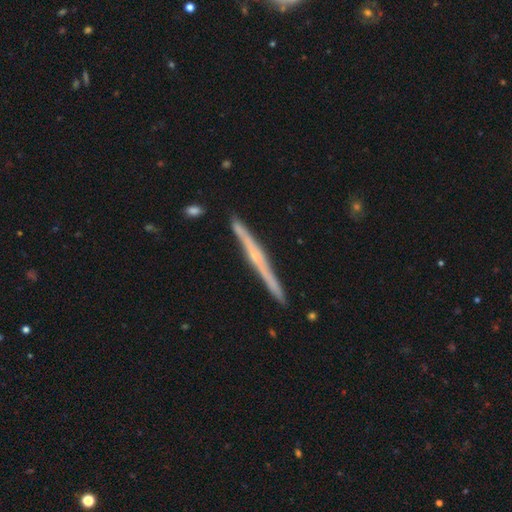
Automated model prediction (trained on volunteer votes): smooth-or-featured: featured or disk: 76% | smooth: 19% | star or artifact: 5%
  disk-edge-on: yes: 98% | no: 2%
    edge-on-bulge: rounded: 58% | none: 35% | boxy: 7%
  merging: none: 89% | minor disturbance: 7% | merger: 2% | major disturbance: 1%